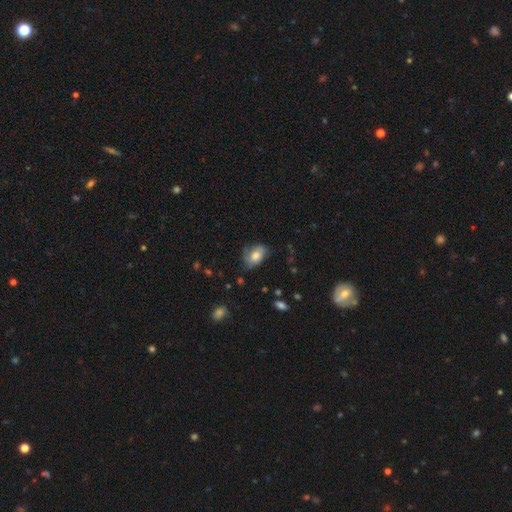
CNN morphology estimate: smooth_or_featured: smooth (p=0.63) [alt: featured or disk p=0.29]
how_rounded: in between (p=0.81) [alt: round p=0.17]
merging: none (p=0.56) [alt: minor disturbance p=0.30]